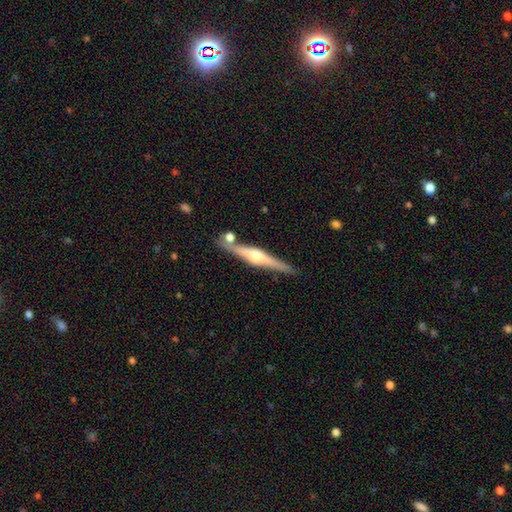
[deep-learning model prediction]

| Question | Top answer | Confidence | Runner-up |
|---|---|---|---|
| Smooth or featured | featured or disk | 75% | smooth (19%) |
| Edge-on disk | yes | 98% | no (2%) |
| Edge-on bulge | rounded | 86% | boxy (10%) |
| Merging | none | 83% | minor disturbance (9%) |